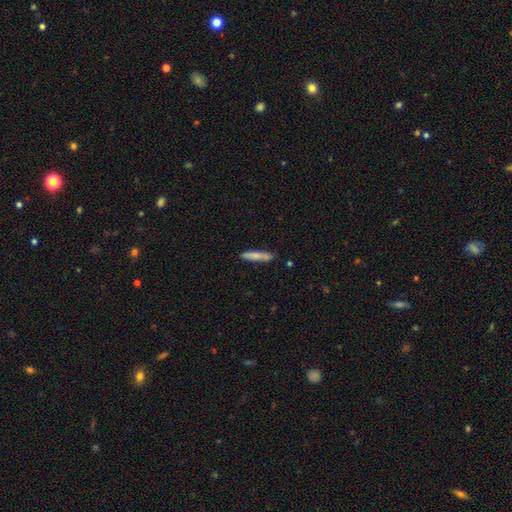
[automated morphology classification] smooth-or-featured: smooth: 74% | featured or disk: 20% | star or artifact: 6%
  how-rounded: cigar-shaped: 89% | in between: 10% | round: 1%
  merging: none: 76% | minor disturbance: 16% | merger: 6% | major disturbance: 3%